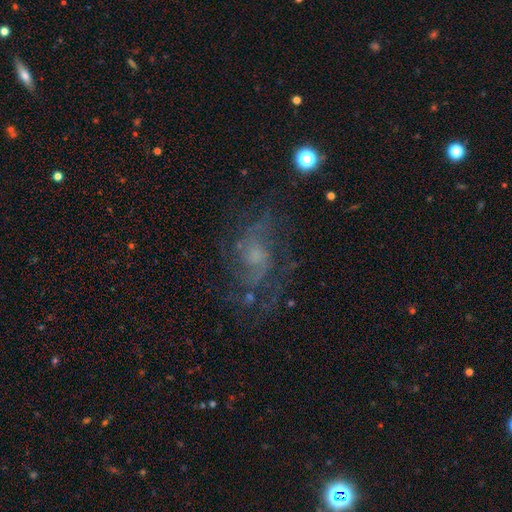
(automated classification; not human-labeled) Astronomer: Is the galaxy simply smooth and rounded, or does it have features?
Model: featured or disk — 74%.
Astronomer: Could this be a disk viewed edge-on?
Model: no — 96%.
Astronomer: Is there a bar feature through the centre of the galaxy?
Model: no — 67%.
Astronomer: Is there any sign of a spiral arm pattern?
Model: yes — 88%.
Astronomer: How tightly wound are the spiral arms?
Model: medium — 47% (runner-up: loose, 31%).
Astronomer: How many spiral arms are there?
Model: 2 — 41% (runner-up: can't tell, 29%).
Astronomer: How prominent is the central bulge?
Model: small — 43% (runner-up: moderate, 30%).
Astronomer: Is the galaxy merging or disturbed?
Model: none — 62%.